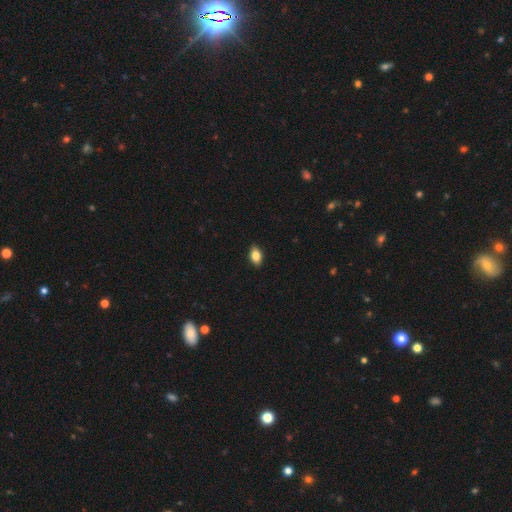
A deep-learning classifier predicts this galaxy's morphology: This appears to be a smooth galaxy with no disk features (83%) that is in between round and cigar-shaped (88%). Merging: none (88%).